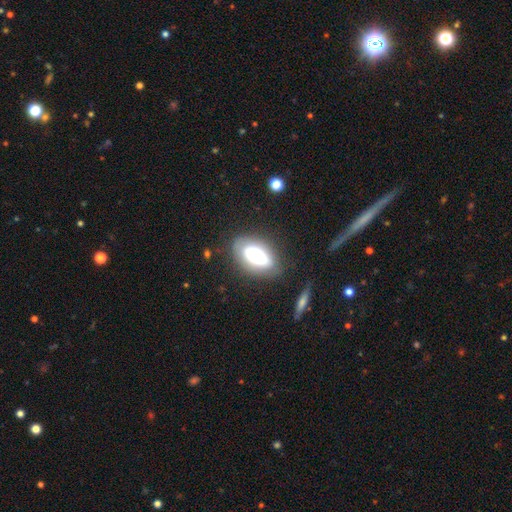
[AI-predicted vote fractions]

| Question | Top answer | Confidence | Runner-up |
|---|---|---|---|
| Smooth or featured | smooth | 59% | featured or disk (32%) |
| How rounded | in between | 89% | round (8%) |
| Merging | none | 75% | minor disturbance (16%) |